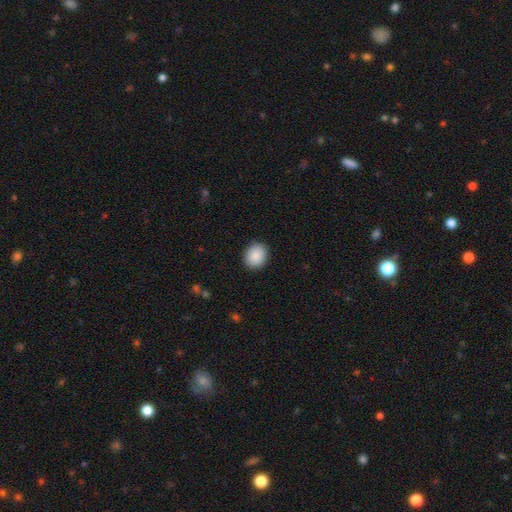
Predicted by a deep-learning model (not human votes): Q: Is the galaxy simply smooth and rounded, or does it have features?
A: smooth — 89%.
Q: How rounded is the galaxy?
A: round — 67%.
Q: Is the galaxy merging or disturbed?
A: none — 90%.